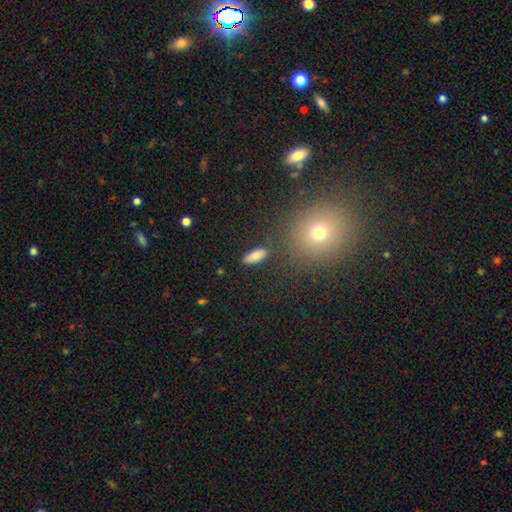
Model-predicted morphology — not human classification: A smooth galaxy with no disk features (85%) that is in between round and cigar-shaped (75%).

Vote fractions:
- Smooth or featured? smooth: 85% / star or artifact: 9% / featured or disk: 7%
- How rounded? in between: 75% / cigar-shaped: 21% / round: 3%
- Merging? none: 83% / minor disturbance: 11% / major disturbance: 3% / merger: 3%